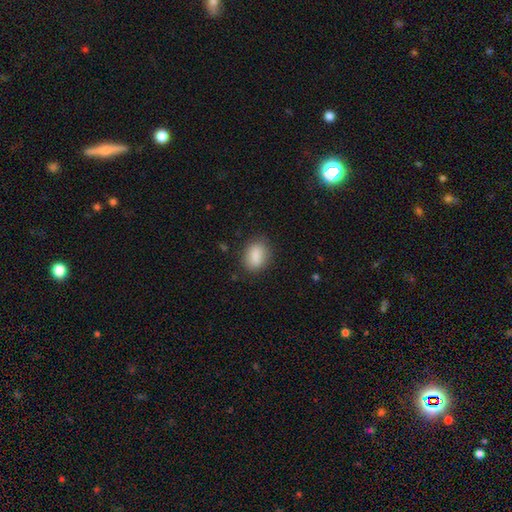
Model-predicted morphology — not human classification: Smooth or featured?
  - smooth: 86% *
  - star or artifact: 8%
  - featured or disk: 7%
How rounded?
  - in between: 75% *
  - round: 22%
  - cigar-shaped: 2%
Merging?
  - none: 82% *
  - minor disturbance: 13%
  - major disturbance: 4%
  - merger: 2%